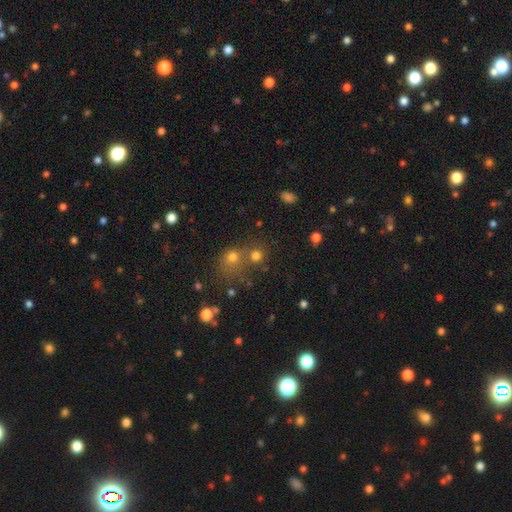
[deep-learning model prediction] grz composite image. It shows a smooth galaxy with no disk features (72%) that is round (85%). Merging: none (54%).